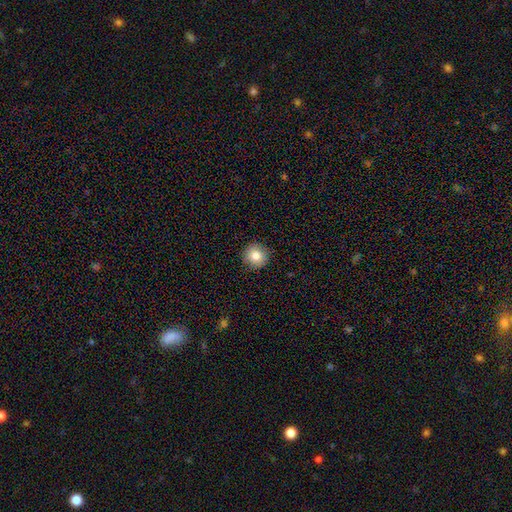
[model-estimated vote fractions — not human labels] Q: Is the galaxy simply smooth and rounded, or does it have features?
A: smooth — 82%.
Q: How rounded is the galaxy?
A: round — 95%.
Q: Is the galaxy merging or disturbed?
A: none — 91%.